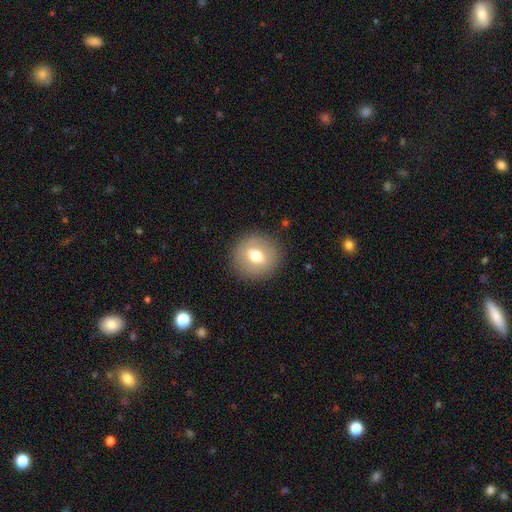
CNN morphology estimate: Smooth or featured?
  - smooth: 67% *
  - featured or disk: 24%
  - star or artifact: 9%
How rounded?
  - round: 87% *
  - in between: 12%
  - cigar-shaped: 1%
Merging?
  - none: 88% *
  - minor disturbance: 8%
  - major disturbance: 3%
  - merger: 1%